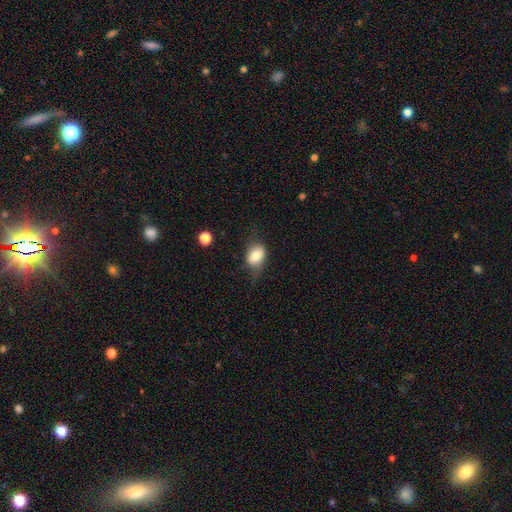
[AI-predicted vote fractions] This is likely a smooth galaxy (74%). How rounded: likely in between (65%). Merging: possibly none (56%).